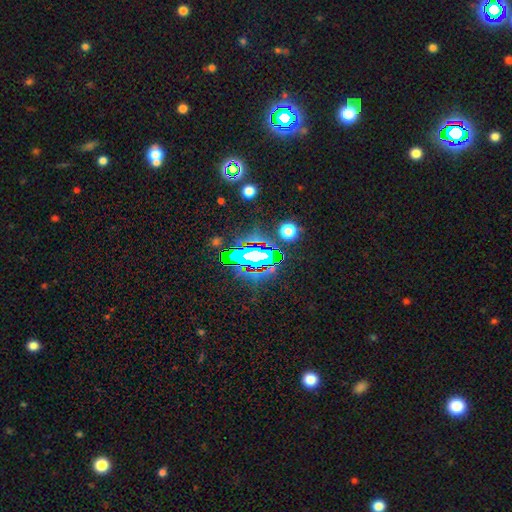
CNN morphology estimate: Overall: star or artifact (64%).